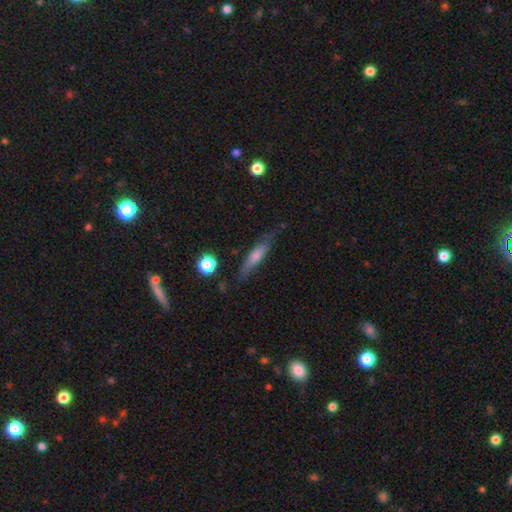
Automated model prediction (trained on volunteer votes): Q: Smooth or featured?
A: smooth (50%); runner-up: featured or disk (42%)
Q: How rounded?
A: cigar-shaped (80%); runner-up: in between (17%)
Q: Merging?
A: none (73%); runner-up: minor disturbance (19%)